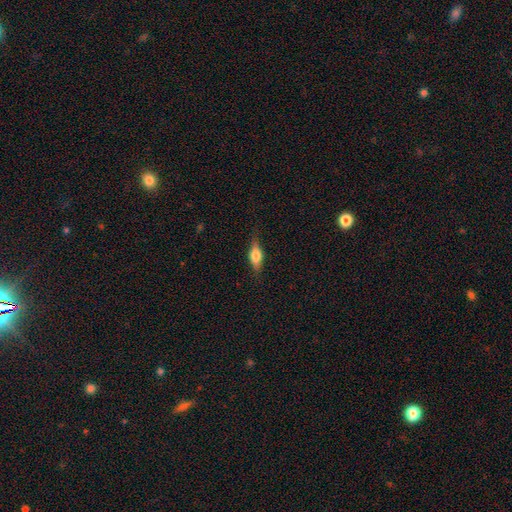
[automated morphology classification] A smooth galaxy with no disk features (57%) that is in between round and cigar-shaped (67%). Merging: none (77%).